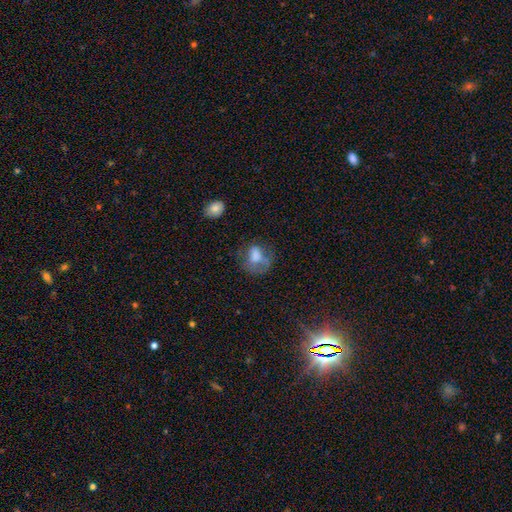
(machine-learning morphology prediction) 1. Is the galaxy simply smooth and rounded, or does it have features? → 56% smooth, 29% featured or disk, 15% star or artifact.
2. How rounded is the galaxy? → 55% in between, 43% round, 2% cigar-shaped.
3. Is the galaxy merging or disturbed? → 41% none, 30% major disturbance, 24% minor disturbance, 4% merger.